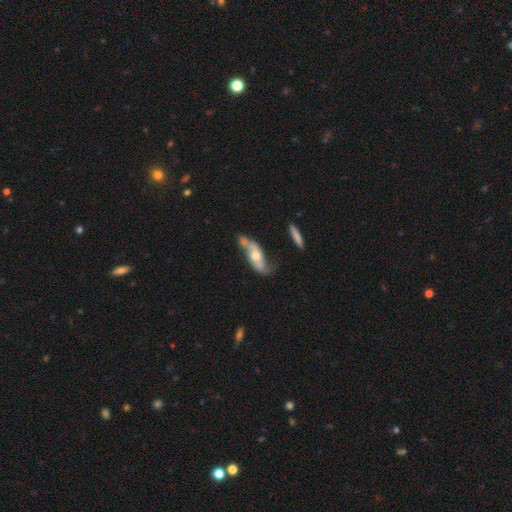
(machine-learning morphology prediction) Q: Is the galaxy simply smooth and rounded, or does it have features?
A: featured or disk — 61%.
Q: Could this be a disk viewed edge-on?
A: no — 78%.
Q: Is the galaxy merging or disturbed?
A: none — 38%.